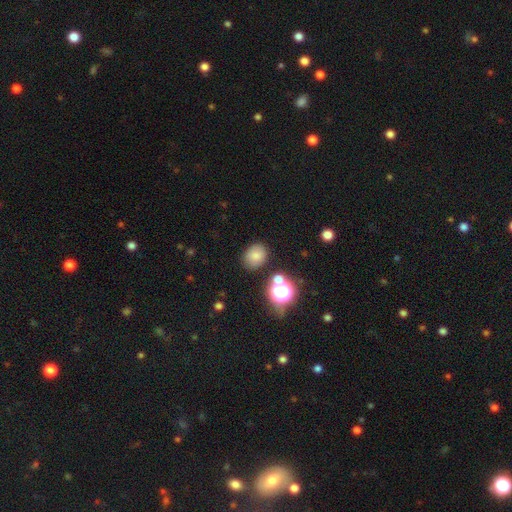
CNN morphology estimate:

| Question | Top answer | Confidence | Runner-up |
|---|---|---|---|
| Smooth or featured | smooth | 75% | star or artifact (17%) |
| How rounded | round | 51% | in between (48%) |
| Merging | none | 81% | minor disturbance (11%) |